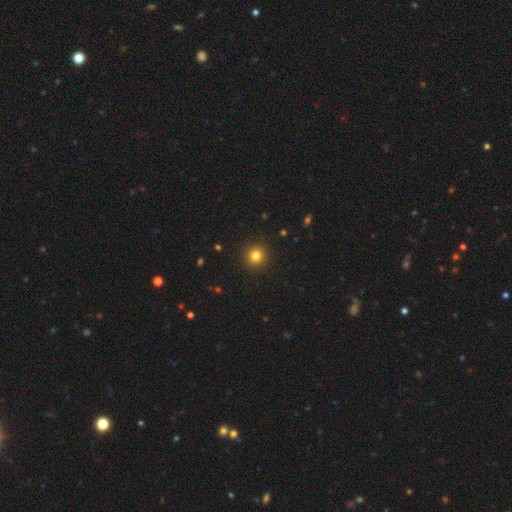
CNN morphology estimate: Overall: smooth (81%). How rounded: round (92%). Merging: none (92%).